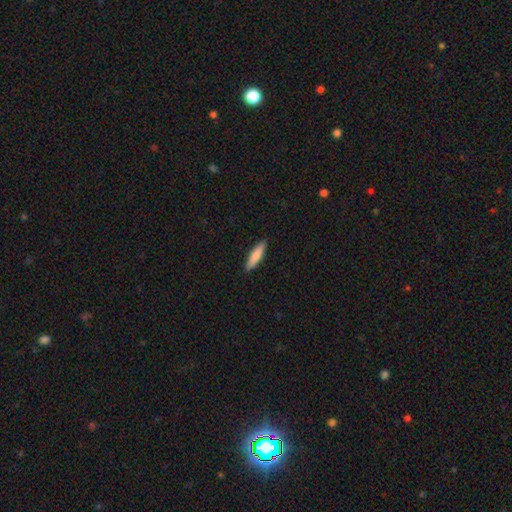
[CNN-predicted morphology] smooth_or_featured: smooth (p=0.81) [alt: featured or disk p=0.14]
how_rounded: cigar-shaped (p=0.77) [alt: in between p=0.22]
merging: none (p=0.90) [alt: minor disturbance p=0.07]